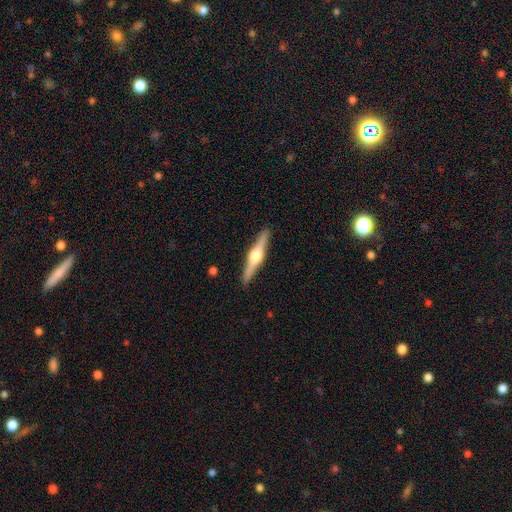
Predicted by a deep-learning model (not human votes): Smooth or featured? Predicted: featured or disk (p=0.78). Edge-on disk? Predicted: yes (p=0.98). Edge-on bulge? Predicted: rounded (p=0.95). Merging? Predicted: none (p=0.91).